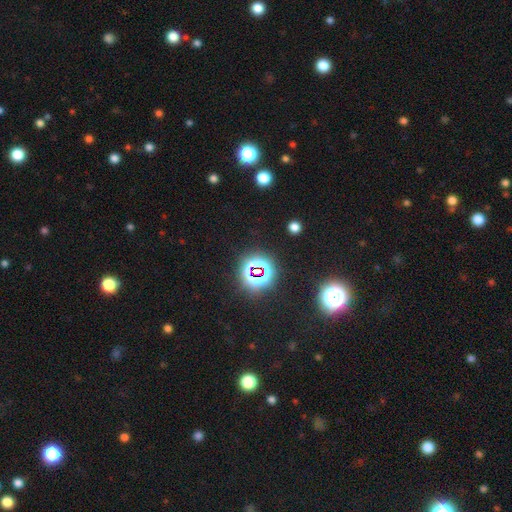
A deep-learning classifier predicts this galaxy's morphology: Overall: star or artifact (79%).